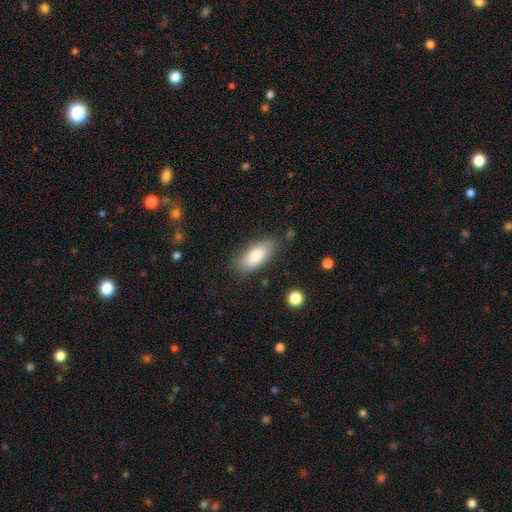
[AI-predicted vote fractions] Smooth or featured? smooth (79%)
How rounded? in between (86%)
Merging? none (79%)